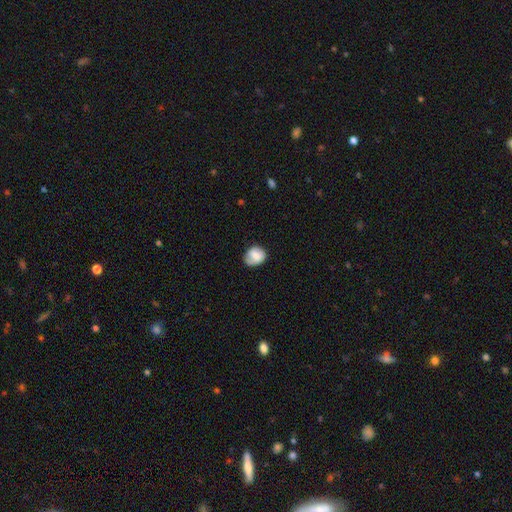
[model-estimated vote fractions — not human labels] Smooth or featured? Predicted: smooth (p=0.73). How rounded? Predicted: round (p=0.62). Merging? Predicted: none (p=0.61).